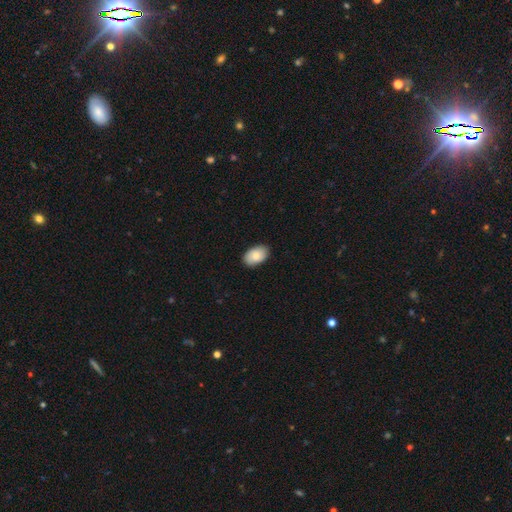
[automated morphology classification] The model was most divided on "smooth or featured": smooth: 83%, featured or disk: 11%, star or artifact: 6%. More confident: how rounded — in between (92%); merging — none (86%).